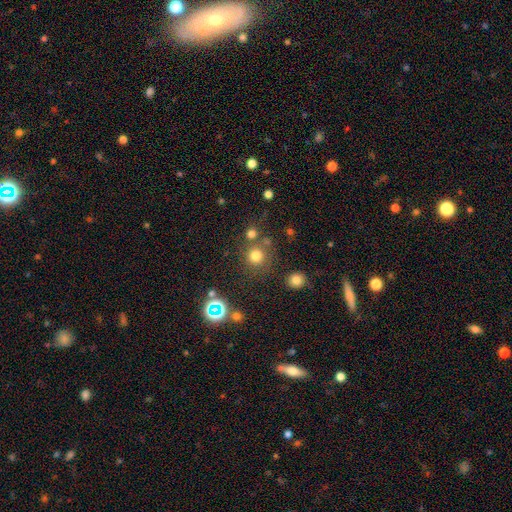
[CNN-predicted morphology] A smooth galaxy with no disk features (75%) that is round (92%).

Vote fractions:
- Smooth or featured? smooth: 75% / star or artifact: 18% / featured or disk: 7%
- How rounded? round: 92% / in between: 7% / cigar-shaped: 1%
- Merging? none: 75% / merger: 12% / minor disturbance: 9% / major disturbance: 5%